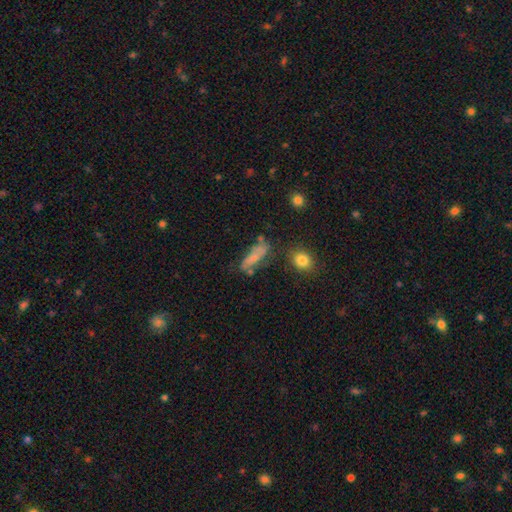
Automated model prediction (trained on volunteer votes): Overall: smooth (59%; featured or disk 31%). How rounded: in between (56%; cigar-shaped 40%). Merging: none (50%; minor disturbance 24%).